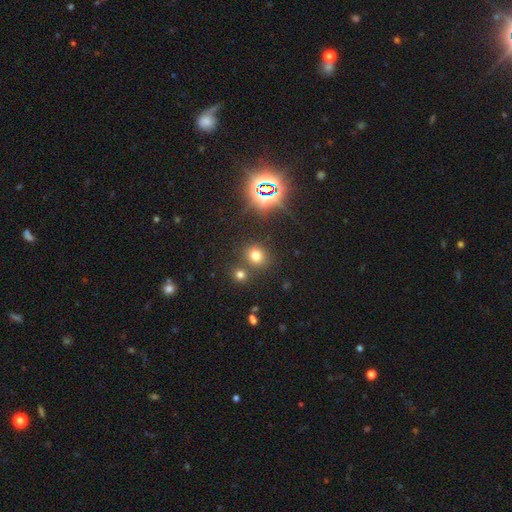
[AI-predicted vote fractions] A smooth galaxy with no disk features (67%) that is round (72%).

Vote fractions:
- Smooth or featured? smooth: 67% / star or artifact: 25% / featured or disk: 8%
- How rounded? round: 72% / in between: 26% / cigar-shaped: 1%
- Merging? none: 75% / merger: 13% / minor disturbance: 9% / major disturbance: 3%